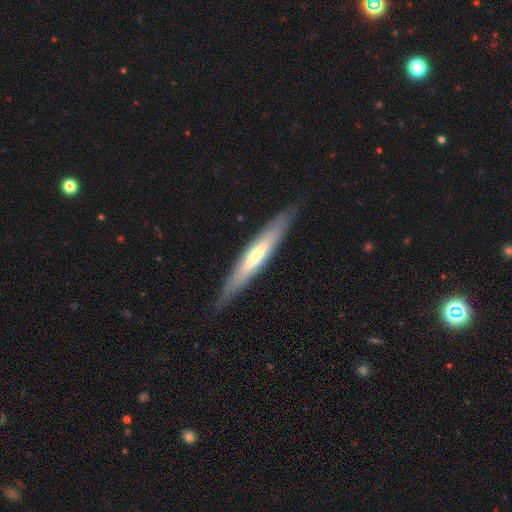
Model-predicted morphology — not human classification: Smooth or featured?
  - featured or disk: 52% *
  - smooth: 43%
  - star or artifact: 6%
Edge-on disk?
  - yes: 88% *
  - no: 12%
Merging?
  - none: 86% *
  - minor disturbance: 11%
  - major disturbance: 3%
  - merger: 1%